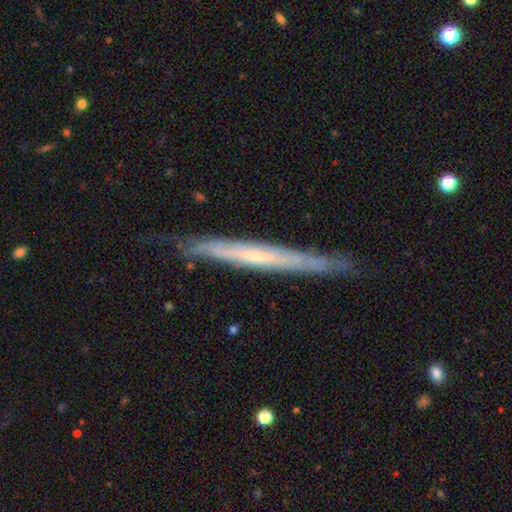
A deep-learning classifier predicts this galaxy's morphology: type=featured or disk (65%); edge-on=yes (89%); edge-on bulge=none (74%); merging=none (79%).